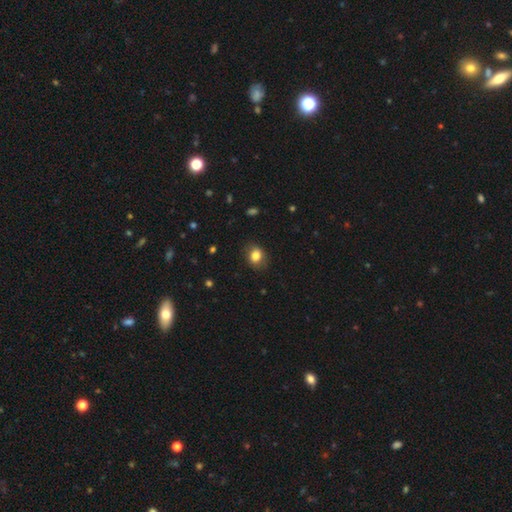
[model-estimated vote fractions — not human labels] smooth 82%, star or artifact 10%, featured or disk 9%. Down the decision tree: how rounded — in between (51%); merging — none (82%).